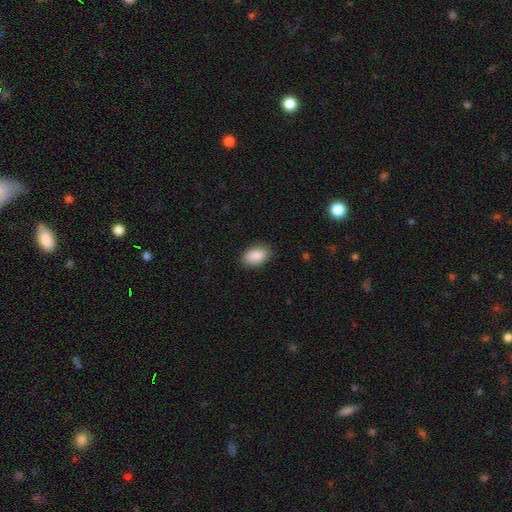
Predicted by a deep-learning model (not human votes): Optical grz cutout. It shows a smooth galaxy with no disk features (89%) that is in between round and cigar-shaped (91%). Merging: none (85%).